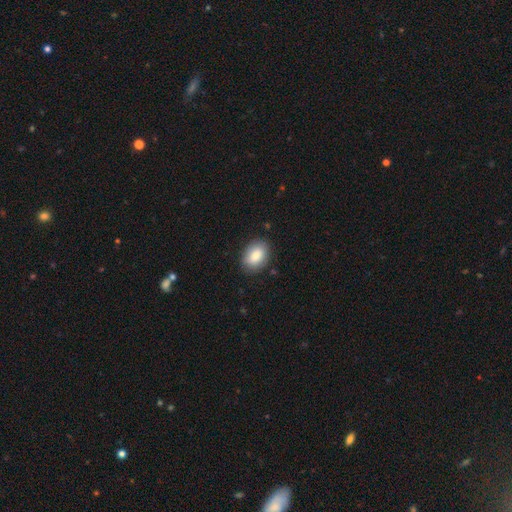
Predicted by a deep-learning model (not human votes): smooth 84%, featured or disk 9%, star or artifact 7%. Down the decision tree: how rounded — in between (84%); merging — none (83%).